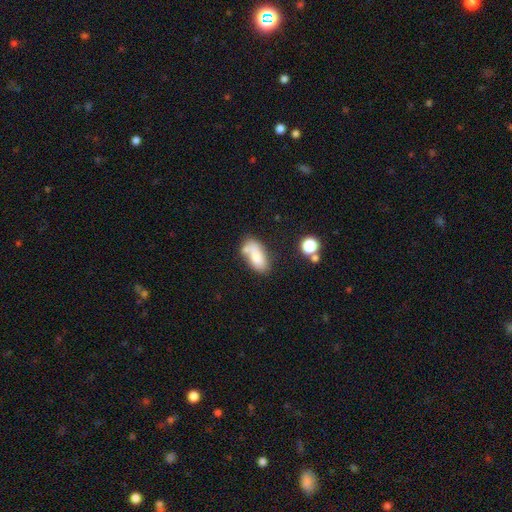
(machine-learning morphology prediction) A smooth galaxy with no disk features (73%) that is in between round and cigar-shaped (89%).

Vote fractions:
- Smooth or featured? smooth: 73% / featured or disk: 19% / star or artifact: 8%
- How rounded? in between: 89% / cigar-shaped: 7% / round: 4%
- Merging? none: 48% / merger: 24% / minor disturbance: 20% / major disturbance: 8%